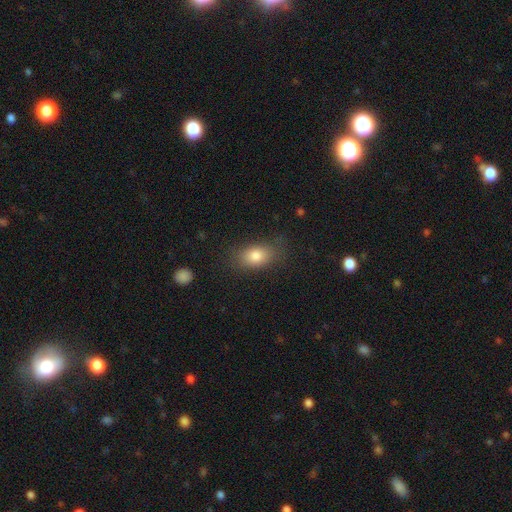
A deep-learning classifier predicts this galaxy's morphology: Smooth or featured: smooth — 81% (featured or disk — 10%)
How rounded: in between — 83% (round — 13%)
Merging: none — 75% (minor disturbance — 17%)